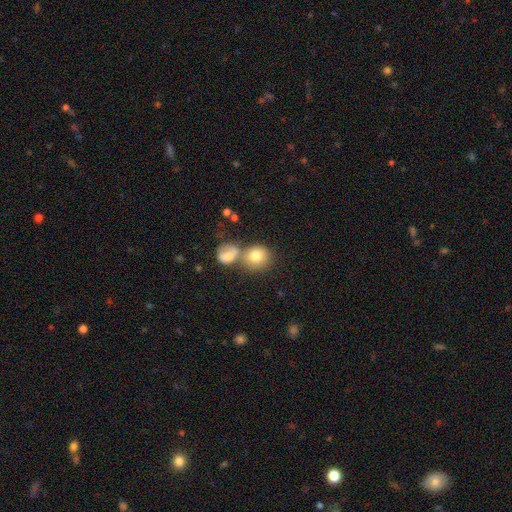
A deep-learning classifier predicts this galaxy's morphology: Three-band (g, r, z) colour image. It shows a smooth galaxy with no disk features (79%) that is round (81%). Merging: none (45%).